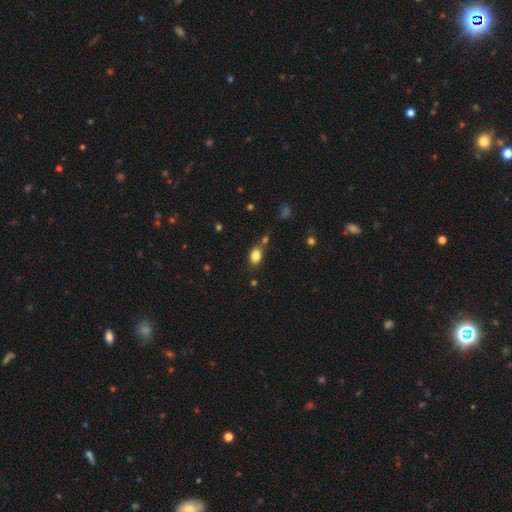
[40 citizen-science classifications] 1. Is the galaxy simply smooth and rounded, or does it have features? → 80% smooth, 10% featured or disk, 10% star or artifact.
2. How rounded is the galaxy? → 59% in between, 41% round, 0% cigar-shaped.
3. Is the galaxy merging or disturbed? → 81% none, 11% minor disturbance, 8% merger, 0% major disturbance.